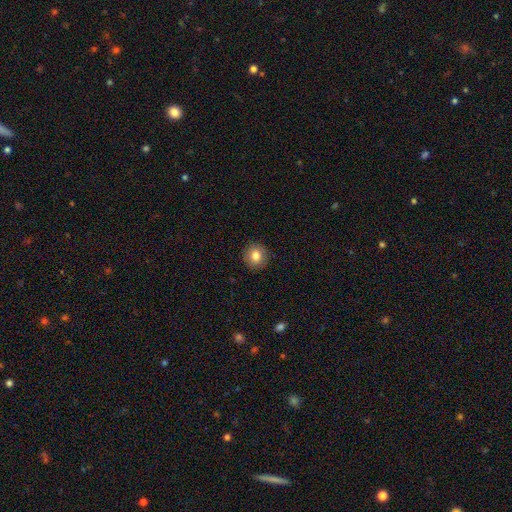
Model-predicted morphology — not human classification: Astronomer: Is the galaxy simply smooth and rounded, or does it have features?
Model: smooth — 81%.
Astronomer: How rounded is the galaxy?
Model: round — 89%.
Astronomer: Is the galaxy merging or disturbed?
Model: none — 91%.